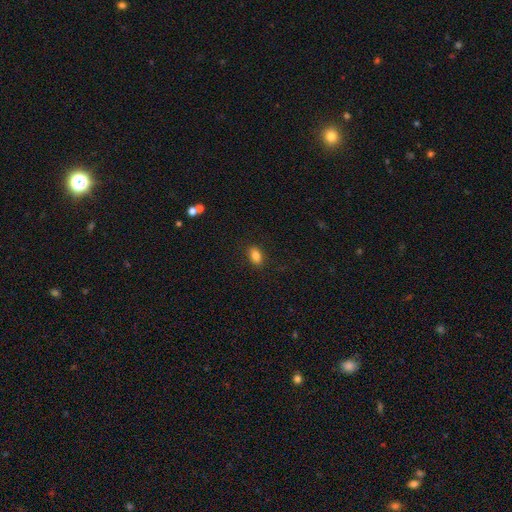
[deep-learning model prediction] smooth_or_featured: smooth (p=0.85) [alt: star or artifact p=0.10]
how_rounded: in between (p=0.86) [alt: round p=0.11]
merging: none (p=0.87) [alt: minor disturbance p=0.10]